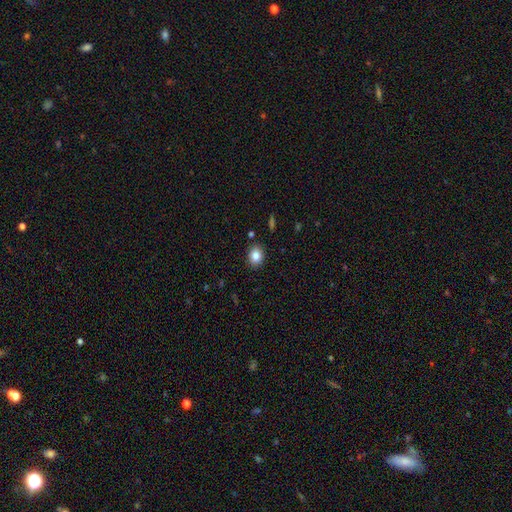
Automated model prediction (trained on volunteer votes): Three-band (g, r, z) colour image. It shows a smooth galaxy with no disk features (84%) that is in between round and cigar-shaped (51%). Merging: none (88%).